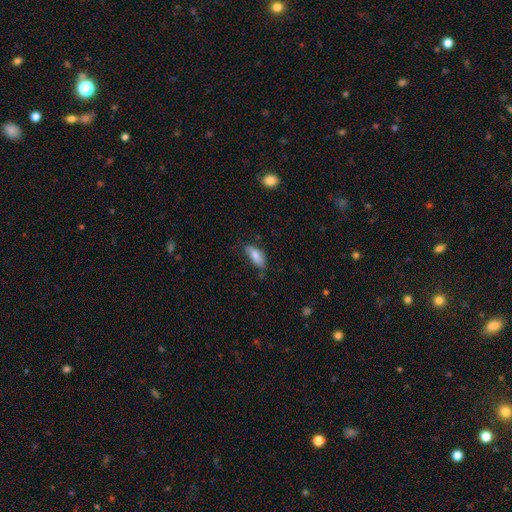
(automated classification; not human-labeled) Smooth or featured? smooth (80%)
How rounded? in between (83%)
Merging? none (62%)